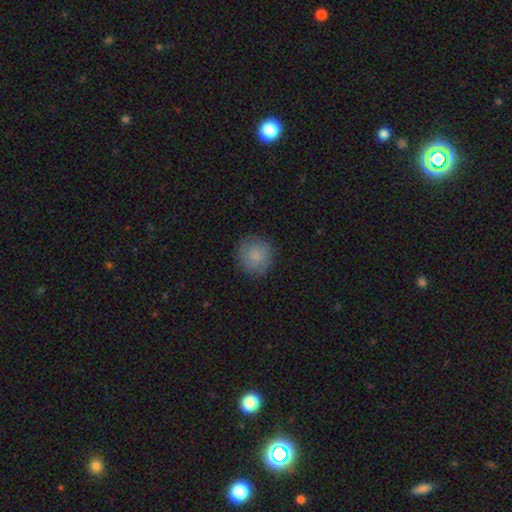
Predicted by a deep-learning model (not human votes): Morphology: type=smooth (82%); roundness=round (92%); merging=none (84%).